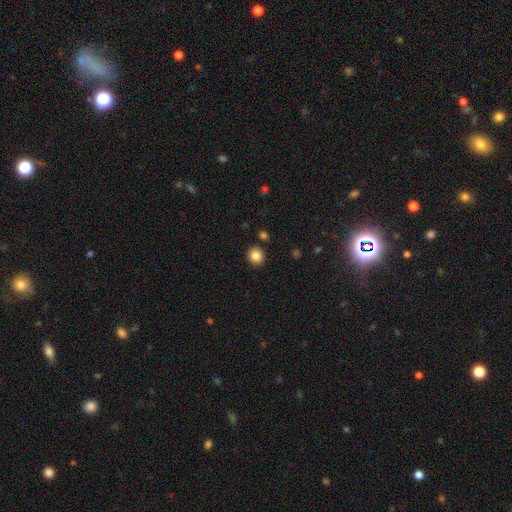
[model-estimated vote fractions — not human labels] Smooth or featured: smooth — 85% (star or artifact — 10%)
How rounded: round — 85% (in between — 14%)
Merging: none — 89% (minor disturbance — 6%)